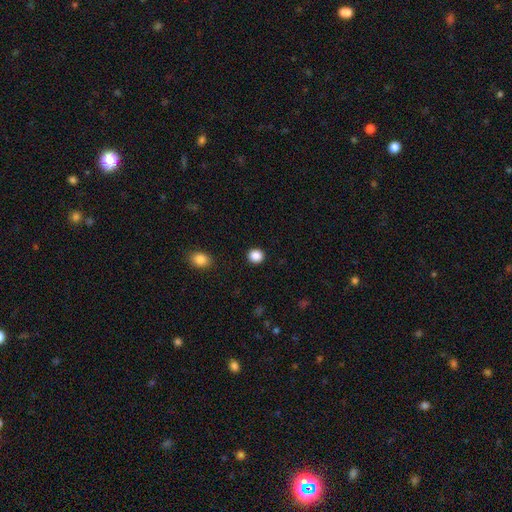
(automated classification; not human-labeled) Smooth or featured? Predicted: smooth (p=0.88). How rounded? Predicted: round (p=0.90). Merging? Predicted: none (p=0.92).